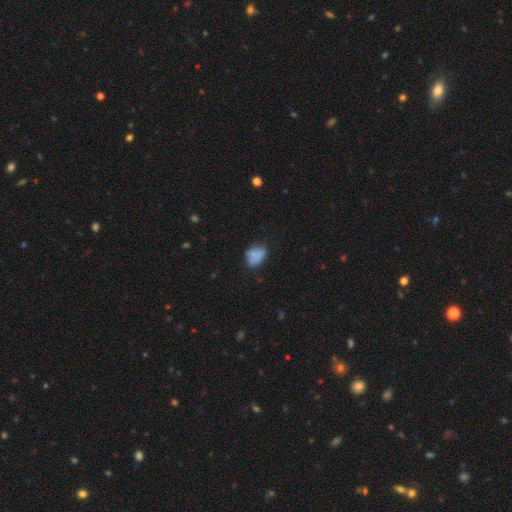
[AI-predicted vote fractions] Q: Smooth or featured?
A: smooth (78%); runner-up: featured or disk (11%)
Q: How rounded?
A: in between (80%); runner-up: round (19%)
Q: Merging?
A: none (55%); runner-up: minor disturbance (31%)